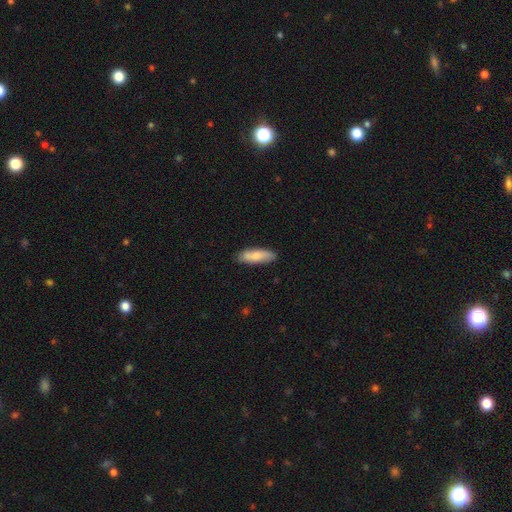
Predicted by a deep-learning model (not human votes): smooth_or_featured: smooth (p=0.77) [alt: featured or disk p=0.18]
how_rounded: cigar-shaped (p=0.51) [alt: in between p=0.47]
merging: none (p=0.84) [alt: minor disturbance p=0.12]